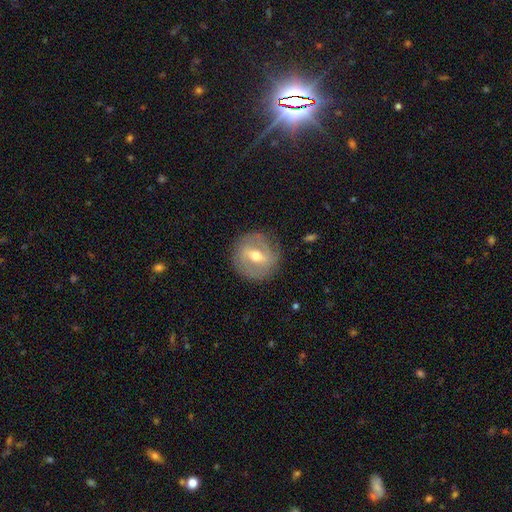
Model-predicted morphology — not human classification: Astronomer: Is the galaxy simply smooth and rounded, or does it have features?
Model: featured or disk — 68%.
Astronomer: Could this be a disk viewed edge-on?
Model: no — 93%.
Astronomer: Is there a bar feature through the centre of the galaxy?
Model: weak — 45% (runner-up: strong, 39%).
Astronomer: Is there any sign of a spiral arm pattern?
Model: yes — 65%.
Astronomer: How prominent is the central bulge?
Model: moderate — 73%.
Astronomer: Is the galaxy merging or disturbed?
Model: none — 83%.